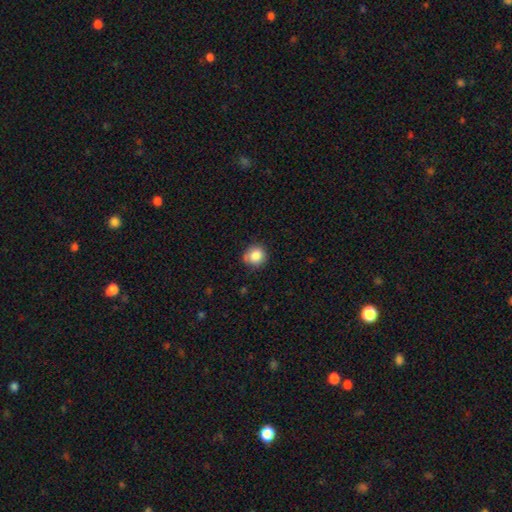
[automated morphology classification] smooth_or_featured: smooth (p=0.85) [alt: star or artifact p=0.09]
how_rounded: round (p=0.88) [alt: in between p=0.11]
merging: none (p=0.77) [alt: minor disturbance p=0.17]